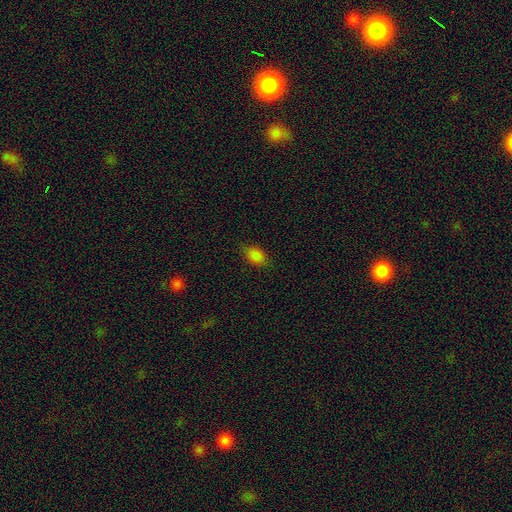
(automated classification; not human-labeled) A smooth galaxy with no disk features (85%) that is in between round and cigar-shaped (82%). Merging: none (81%).